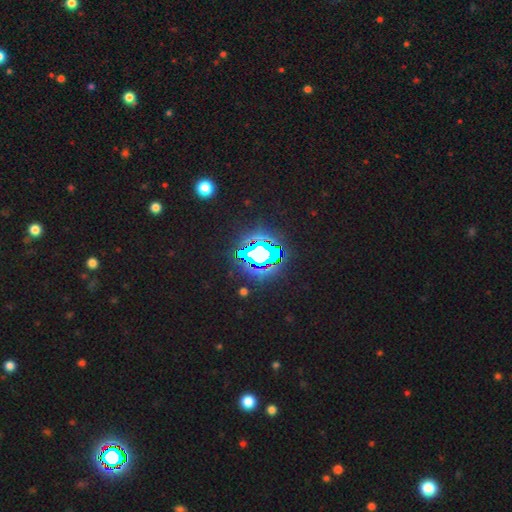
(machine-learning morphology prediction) Overall: star or artifact (83%).